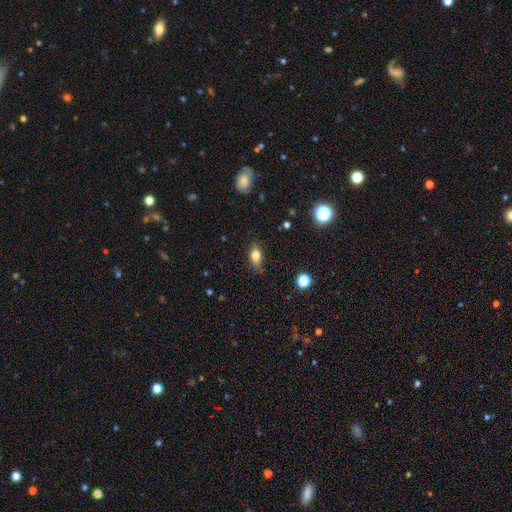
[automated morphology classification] Overall: smooth (75%). How rounded: in between (80%). Merging: none (81%).